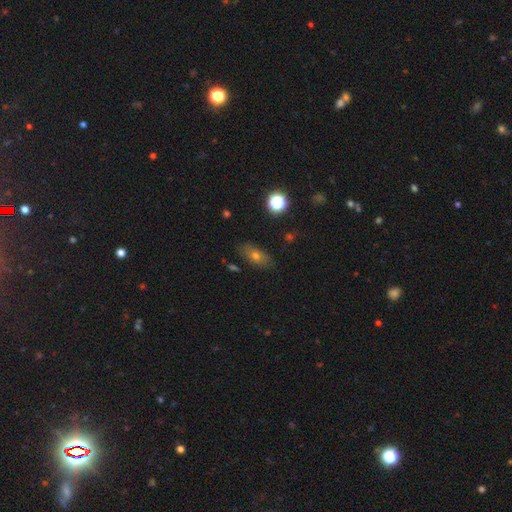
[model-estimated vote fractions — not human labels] Smooth or featured?
  - smooth: 62% *
  - featured or disk: 22%
  - star or artifact: 16%
How rounded?
  - in between: 81% *
  - round: 12%
  - cigar-shaped: 8%
Merging?
  - none: 82% *
  - minor disturbance: 13%
  - major disturbance: 3%
  - merger: 2%